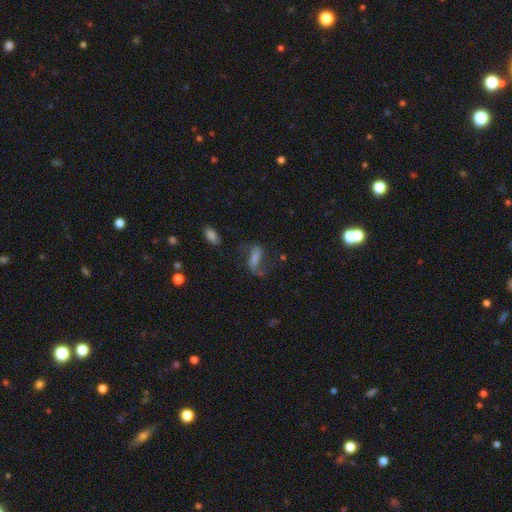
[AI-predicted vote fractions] smooth-or-featured: featured or disk: 56% | smooth: 27% | star or artifact: 17%
  disk-edge-on: no: 91% | yes: 9%
    bar: strong: 43% | weak: 33% | no: 23%
    has-spiral-arms: yes: 86% | no: 14%
    bulge-size: none: 41% | small: 25% | moderate: 20% | large: 10% | dominant: 3%
  merging: none: 57% | major disturbance: 23% | minor disturbance: 17% | merger: 3%